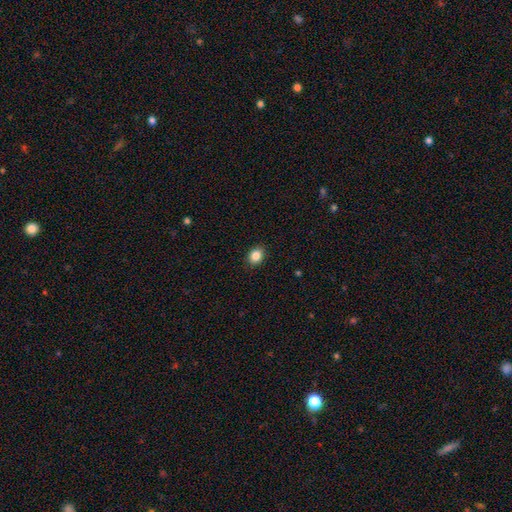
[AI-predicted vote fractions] Smooth or featured?
  - smooth: 86% *
  - star or artifact: 9%
  - featured or disk: 4%
How rounded?
  - in between: 56% *
  - round: 43%
  - cigar-shaped: 1%
Merging?
  - none: 89% *
  - minor disturbance: 8%
  - major disturbance: 2%
  - merger: 1%